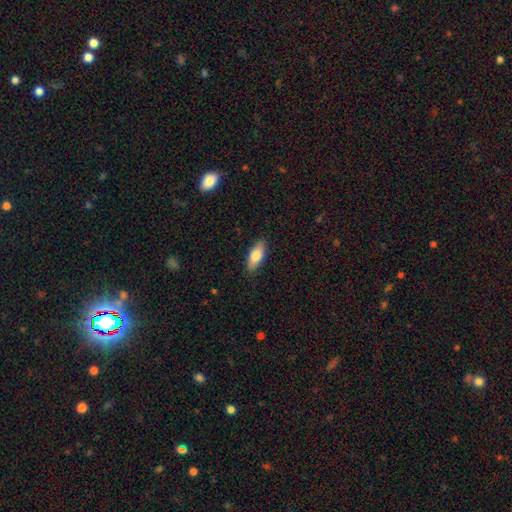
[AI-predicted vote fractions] smooth_or_featured: smooth (p=0.77) [alt: featured or disk p=0.16]
how_rounded: in between (p=0.76) [alt: cigar-shaped p=0.21]
merging: none (p=0.87) [alt: minor disturbance p=0.10]